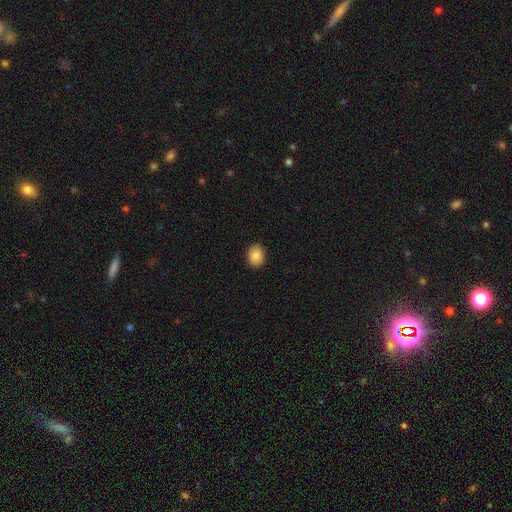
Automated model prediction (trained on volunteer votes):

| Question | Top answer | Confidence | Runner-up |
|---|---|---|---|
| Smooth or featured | smooth | 87% | star or artifact (8%) |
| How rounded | in between | 61% | round (38%) |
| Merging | none | 90% | minor disturbance (7%) |